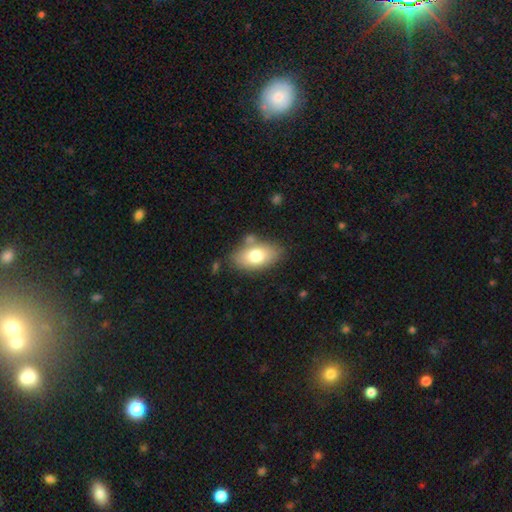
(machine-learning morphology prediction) A smooth galaxy with no disk features (75%) that is in between round and cigar-shaped (91%). Merging: none (72%).